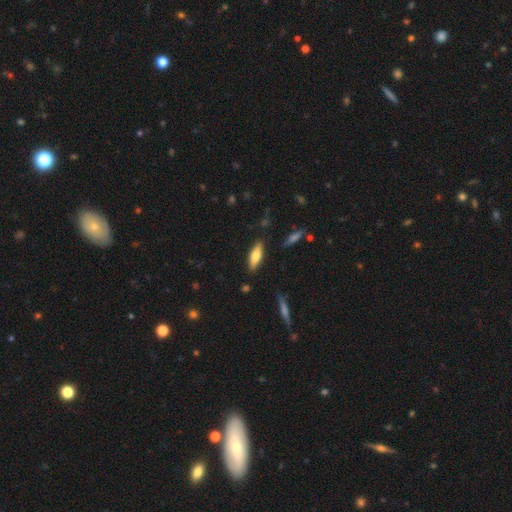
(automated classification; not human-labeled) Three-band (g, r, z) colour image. It shows a smooth galaxy with no disk features (69%) that is in between round and cigar-shaped (53%). Merging: none (86%).